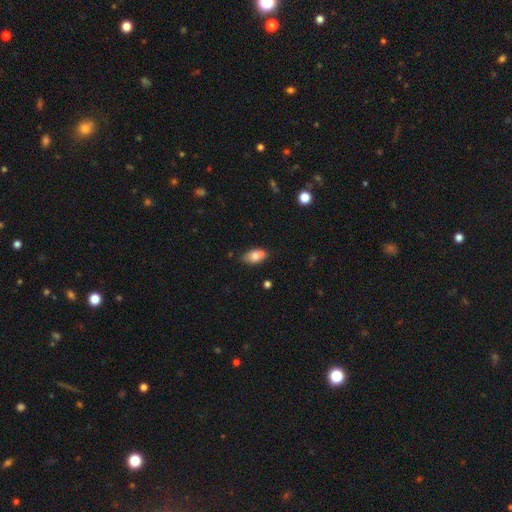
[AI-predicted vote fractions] A smooth galaxy with no disk features (73%) that is in between round and cigar-shaped (89%).

Vote fractions:
- Smooth or featured? smooth: 73% / featured or disk: 19% / star or artifact: 8%
- How rounded? in between: 89% / cigar-shaped: 6% / round: 5%
- Merging? none: 62% / minor disturbance: 21% / merger: 14% / major disturbance: 4%